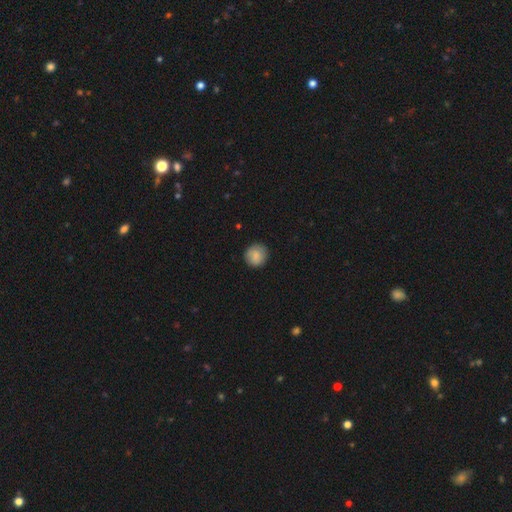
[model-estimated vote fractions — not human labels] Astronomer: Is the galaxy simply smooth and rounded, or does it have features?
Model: smooth — 86%.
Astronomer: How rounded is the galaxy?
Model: round — 93%.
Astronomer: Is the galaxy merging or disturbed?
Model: none — 88%.